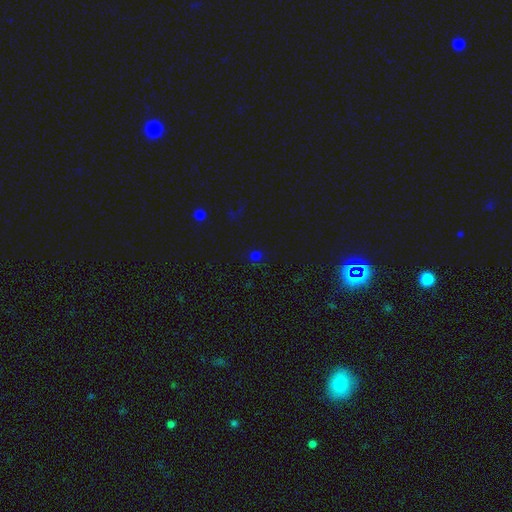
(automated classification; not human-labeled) Smooth or featured: smooth — 61% (star or artifact — 34%)
How rounded: round — 88% (in between — 11%)
Merging: none — 83% (minor disturbance — 10%)